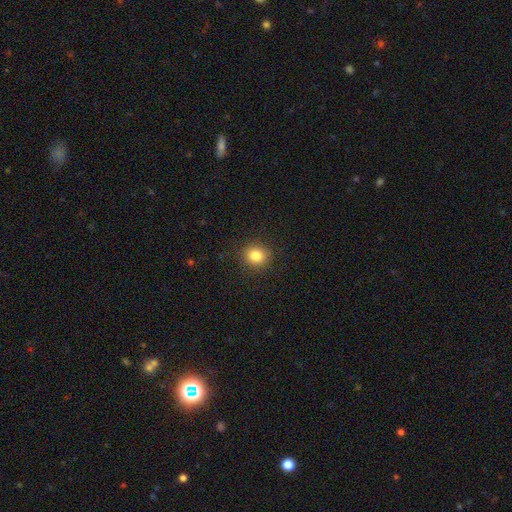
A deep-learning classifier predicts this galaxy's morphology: smooth-or-featured: smooth: 83% | star or artifact: 11% | featured or disk: 6%
  how-rounded: round: 84% | in between: 15% | cigar-shaped: 1%
  merging: none: 90% | minor disturbance: 7% | major disturbance: 2% | merger: 1%